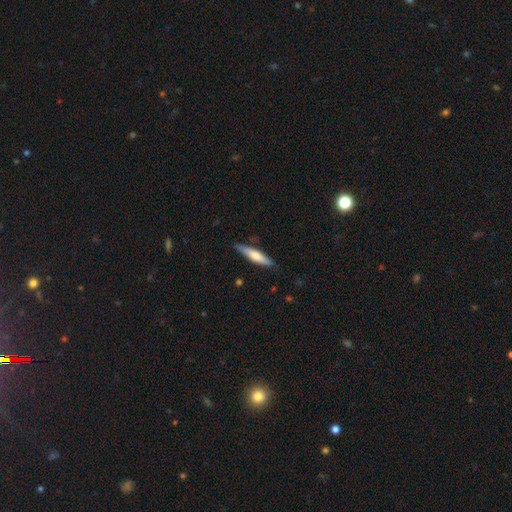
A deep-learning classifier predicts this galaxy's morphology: Smooth or featured?
  - smooth: 58% *
  - featured or disk: 36%
  - star or artifact: 5%
How rounded?
  - cigar-shaped: 85% *
  - in between: 14%
  - round: 1%
Merging?
  - none: 83% *
  - minor disturbance: 13%
  - major disturbance: 2%
  - merger: 2%